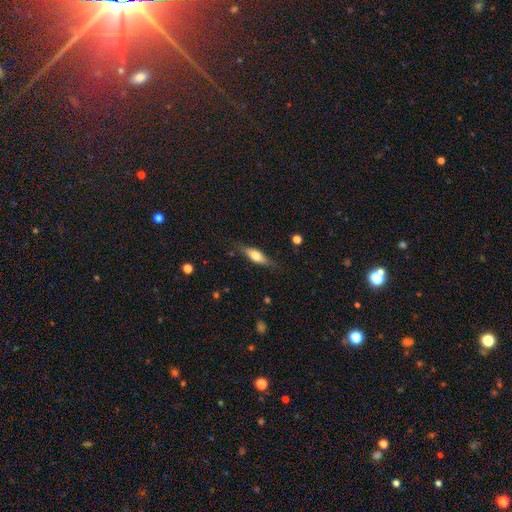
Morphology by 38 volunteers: Smooth or featured? smooth (74%)
How rounded? in between (64%)
Merging? none (78%)